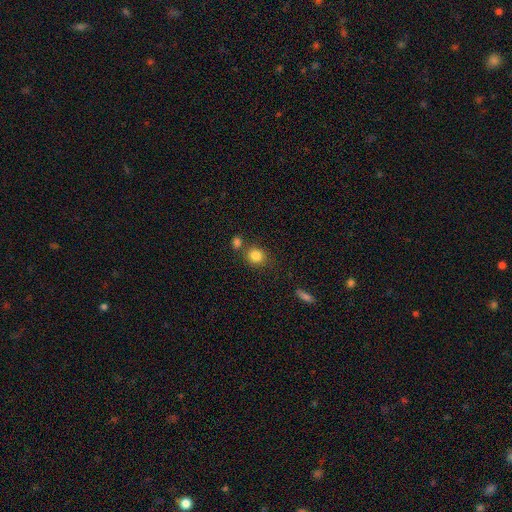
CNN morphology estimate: A smooth galaxy with no disk features (84%) that is round (81%).

Vote fractions:
- Smooth or featured? smooth: 84% / star or artifact: 11% / featured or disk: 6%
- How rounded? round: 81% / in between: 18% / cigar-shaped: 1%
- Merging? none: 70% / merger: 17% / minor disturbance: 10% / major disturbance: 3%